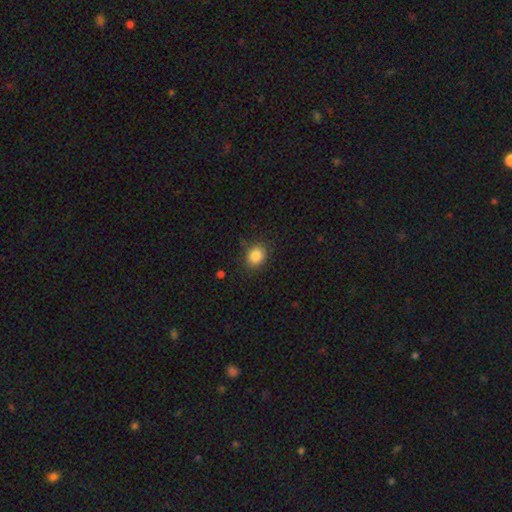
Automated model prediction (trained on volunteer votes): A smooth galaxy with no disk features (86%) that is round (62%).

Vote fractions:
- Smooth or featured? smooth: 86% / star or artifact: 9% / featured or disk: 5%
- How rounded? round: 62% / in between: 37% / cigar-shaped: 1%
- Merging? none: 84% / minor disturbance: 11% / major disturbance: 3% / merger: 1%